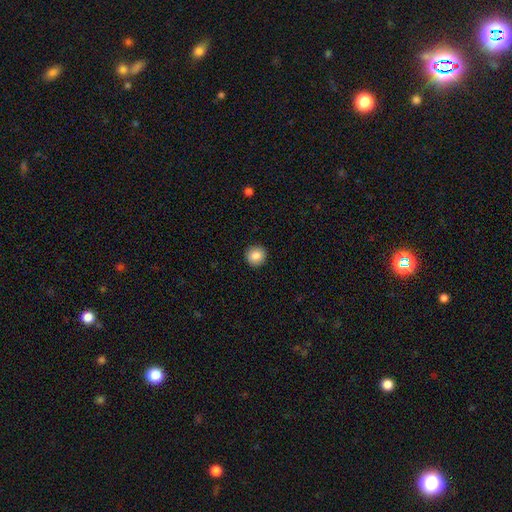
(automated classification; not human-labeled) Smooth or featured? smooth (86%)
How rounded? round (93%)
Merging? none (92%)